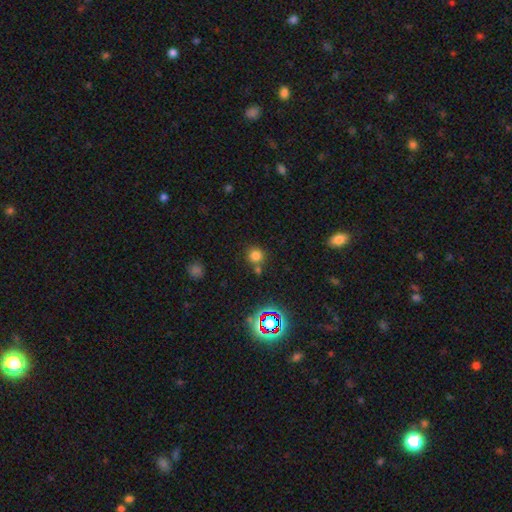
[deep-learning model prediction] smooth 75%, star or artifact 19%, featured or disk 6%. Down the decision tree: how rounded — round (91%); merging — none (71%).